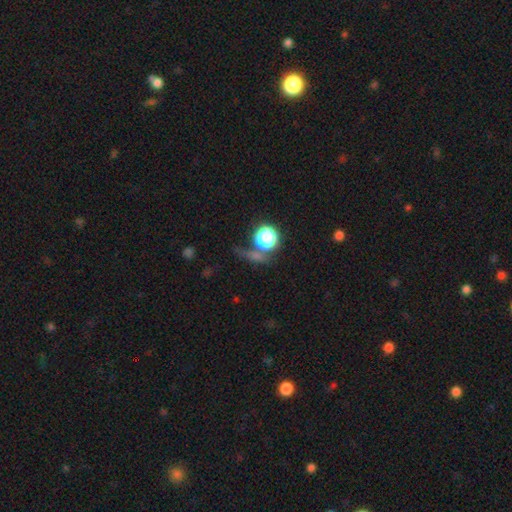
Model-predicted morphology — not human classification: Smooth or featured? Predicted: smooth (p=0.44). Merging? Predicted: none (p=0.64).